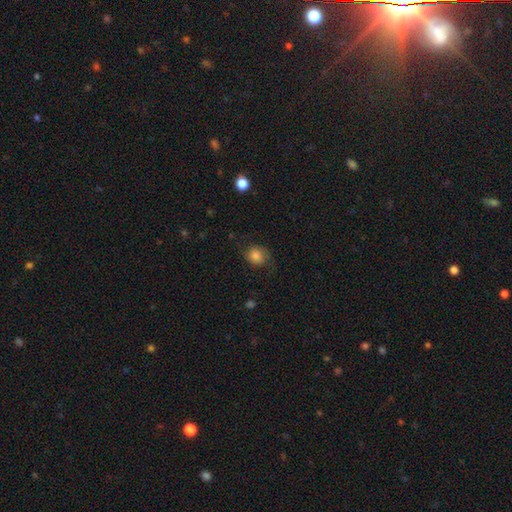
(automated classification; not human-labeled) The model was most divided on "how rounded": round: 71%, in between: 28%, cigar-shaped: 1%. More confident: smooth or featured — smooth (79%); merging — none (66%).